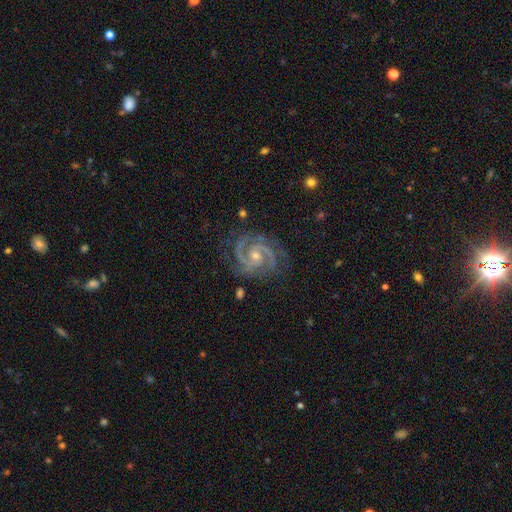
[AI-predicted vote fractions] Smooth or featured?
  - featured or disk: 93% *
  - star or artifact: 5%
  - smooth: 2%
Edge-on disk?
  - no: 98% *
  - yes: 2%
Bar?
  - no: 58% *
  - weak: 30%
  - strong: 12%
Spiral arms?
  - yes: 99% *
  - no: 1%
Spiral winding?
  - tight: 59% *
  - medium: 38%
  - loose: 4%
Spiral arm count?
  - 2: 72% *
  - 3: 18%
  - can't tell: 3%
  - 4: 3%
  - more than 4: 2%
  - 1: 2%
Bulge size?
  - small: 57% *
  - moderate: 40%
  - none: 1%
  - large: 1%
  - dominant: 1%
Merging?
  - none: 79% *
  - minor disturbance: 16%
  - major disturbance: 4%
  - merger: 1%